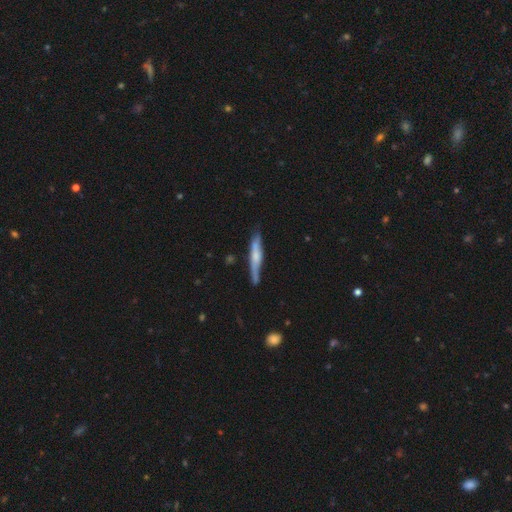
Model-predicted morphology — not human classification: A featured or disk galaxy (52%) viewed edge-on (90%).

Vote fractions:
- Smooth or featured? featured or disk: 52% / smooth: 43% / star or artifact: 6%
- Edge-on disk? yes: 90% / no: 10%
- Merging? none: 74% / minor disturbance: 19% / major disturbance: 4% / merger: 3%